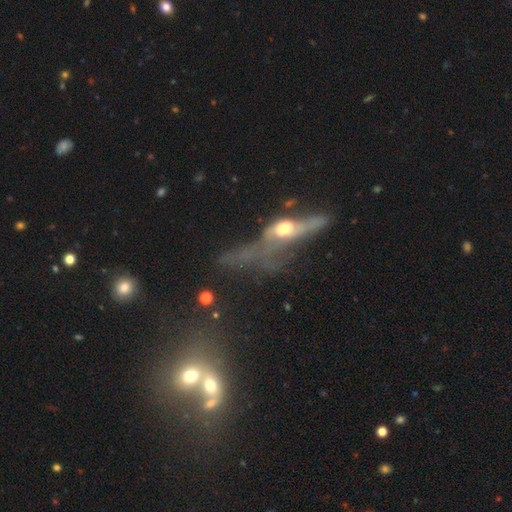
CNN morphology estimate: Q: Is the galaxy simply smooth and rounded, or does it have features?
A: featured or disk — 59%.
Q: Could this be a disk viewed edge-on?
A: yes — 70%.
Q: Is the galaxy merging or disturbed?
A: none — 42%.